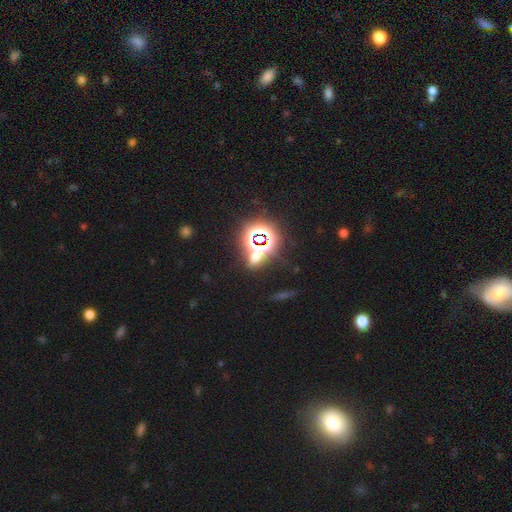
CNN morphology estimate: Q: Smooth or featured?
A: star or artifact (62%); runner-up: smooth (29%)